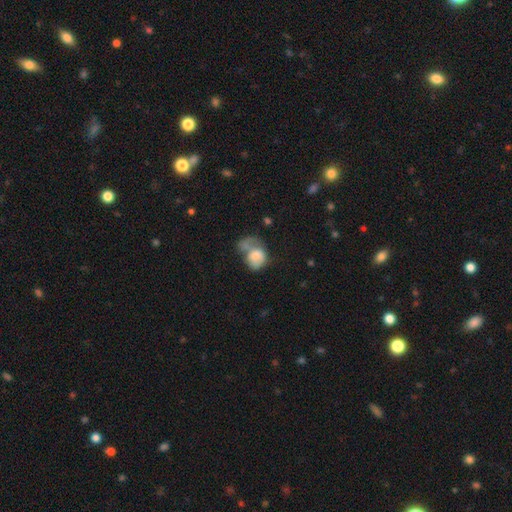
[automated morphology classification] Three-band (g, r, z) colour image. It shows a smooth galaxy with no disk features (69%) that is in between round and cigar-shaped (59%). Merging: merger (34%).